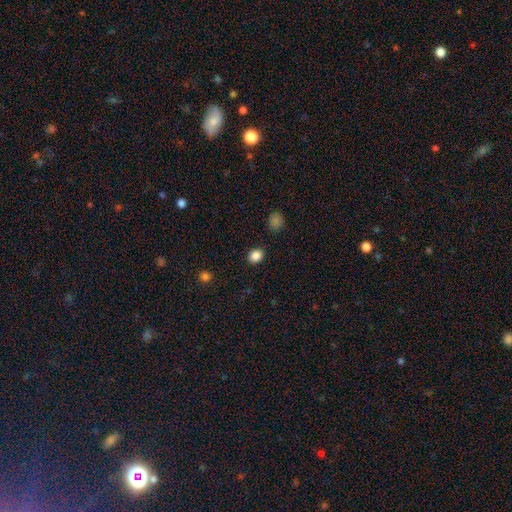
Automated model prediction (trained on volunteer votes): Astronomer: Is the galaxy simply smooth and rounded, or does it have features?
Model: smooth — 86%.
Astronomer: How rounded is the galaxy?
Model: round — 61% (runner-up: in between, 38%).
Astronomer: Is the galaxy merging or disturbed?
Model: none — 89%.